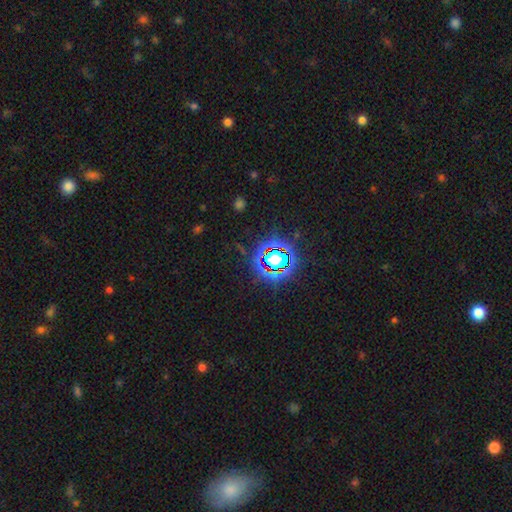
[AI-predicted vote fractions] Smooth or featured? star or artifact (80%)